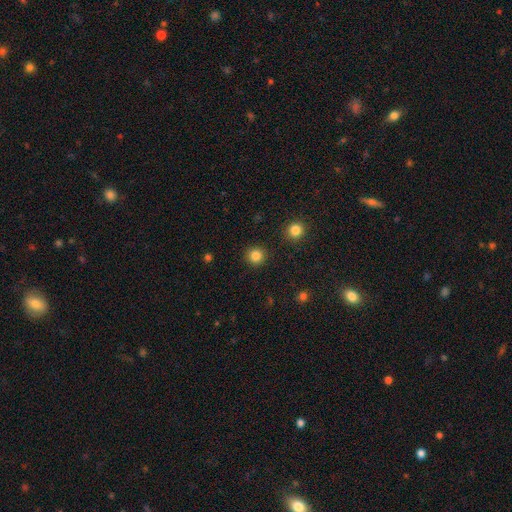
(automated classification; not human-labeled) A smooth galaxy with no disk features (84%) that is round (94%).

Vote fractions:
- Smooth or featured? smooth: 84% / star or artifact: 12% / featured or disk: 4%
- How rounded? round: 94% / in between: 5% / cigar-shaped: 1%
- Merging? none: 92% / minor disturbance: 5% / major disturbance: 2% / merger: 2%